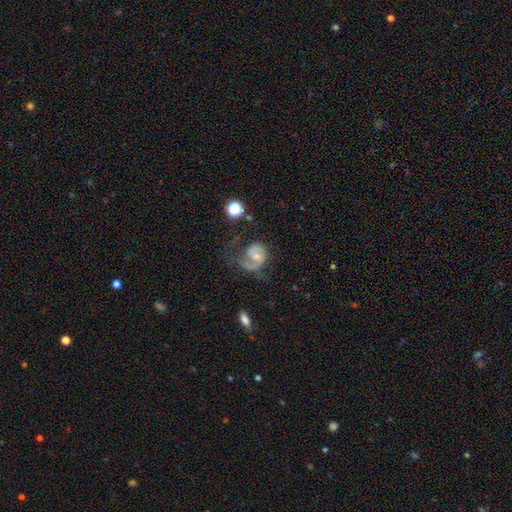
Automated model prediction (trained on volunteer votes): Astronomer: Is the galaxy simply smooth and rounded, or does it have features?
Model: featured or disk — 77%.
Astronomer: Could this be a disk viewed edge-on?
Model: no — 98%.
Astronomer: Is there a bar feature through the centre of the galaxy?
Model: no — 57% (runner-up: weak, 36%).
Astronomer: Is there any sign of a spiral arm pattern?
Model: yes — 91%.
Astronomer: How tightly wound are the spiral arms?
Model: medium — 45% (runner-up: tight, 32%).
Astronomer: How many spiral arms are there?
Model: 2 — 47% (runner-up: 1, 42%).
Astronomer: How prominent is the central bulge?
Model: small — 50% (runner-up: moderate, 40%).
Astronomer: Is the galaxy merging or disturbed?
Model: none — 39% (runner-up: major disturbance, 35%).